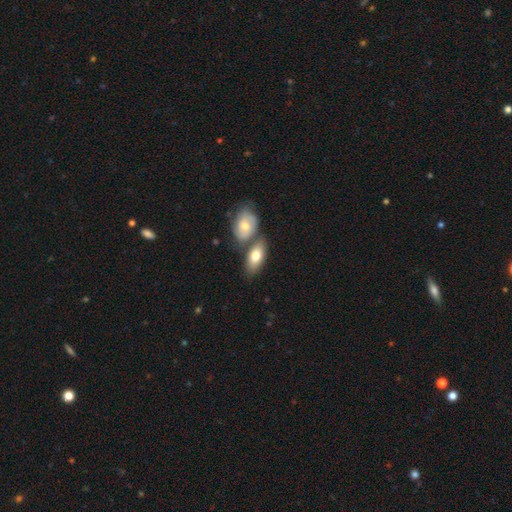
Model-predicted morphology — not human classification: This appears to be a smooth galaxy with no disk features (74%) that is in between round and cigar-shaped (89%). Merging: none (46%).